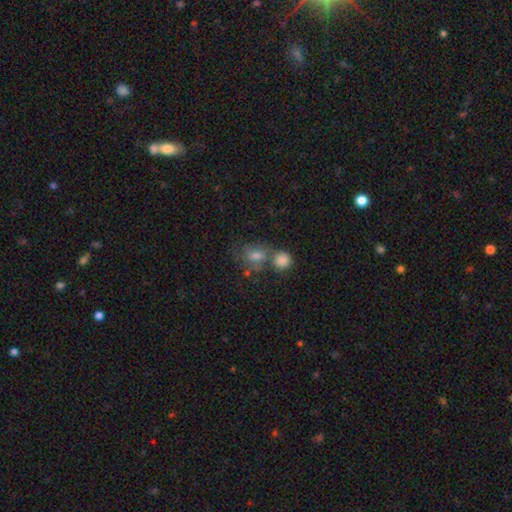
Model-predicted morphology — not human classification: smooth-or-featured: smooth: 70% | featured or disk: 18% | star or artifact: 12%
  how-rounded: round: 53% | in between: 46% | cigar-shaped: 2%
  merging: merger: 42% | none: 37% | minor disturbance: 13% | major disturbance: 8%